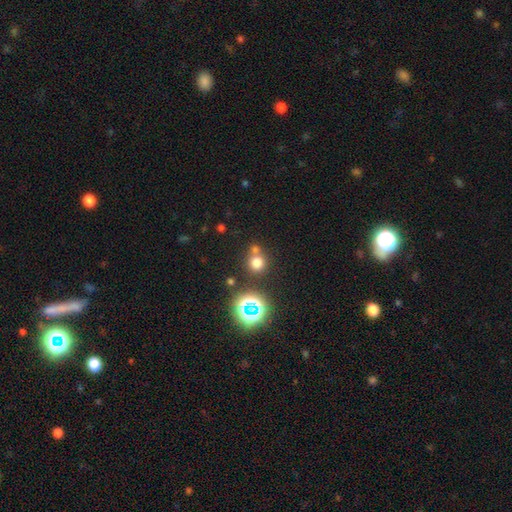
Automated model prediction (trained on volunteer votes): Overall: star or artifact (47%; smooth 46%).